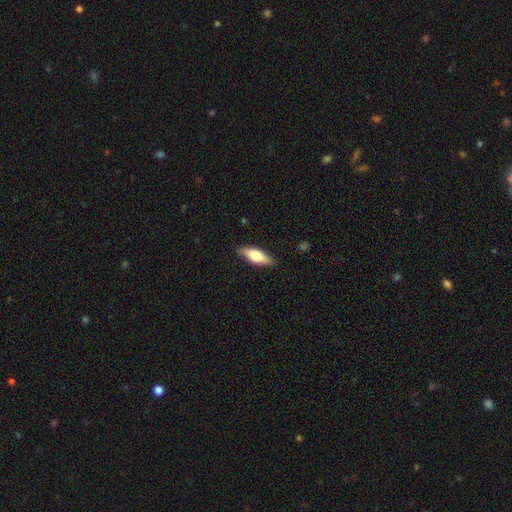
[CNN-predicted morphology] smooth-or-featured: smooth: 61% | featured or disk: 34% | star or artifact: 6%
  how-rounded: in between: 54% | cigar-shaped: 44% | round: 2%
  merging: none: 86% | minor disturbance: 10% | major disturbance: 2% | merger: 1%